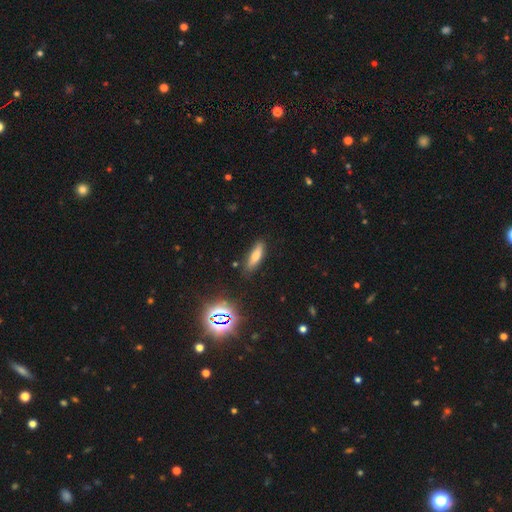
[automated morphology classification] Smooth or featured: smooth — 73% (featured or disk — 15%)
How rounded: cigar-shaped — 55% (in between — 43%)
Merging: none — 80% (minor disturbance — 14%)